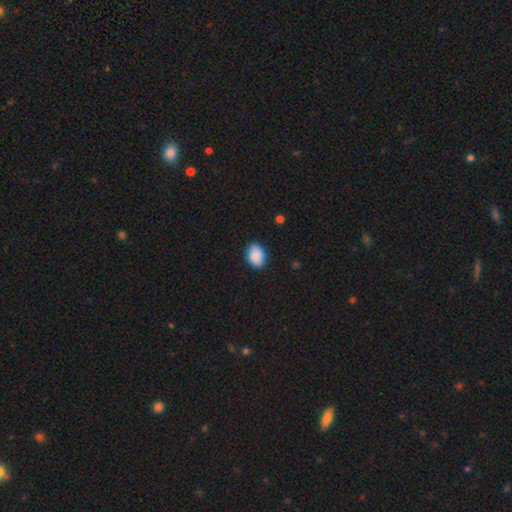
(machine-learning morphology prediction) Q: Smooth or featured?
A: smooth (89%); runner-up: star or artifact (7%)
Q: How rounded?
A: in between (80%); runner-up: round (19%)
Q: Merging?
A: none (87%); runner-up: minor disturbance (10%)